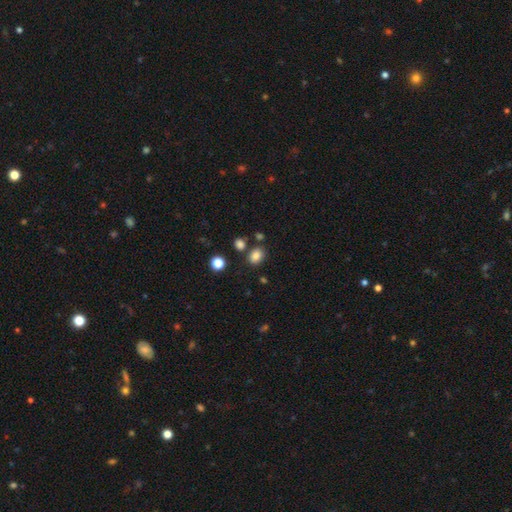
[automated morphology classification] smooth_or_featured: smooth (p=0.82) [alt: star or artifact p=0.12]
how_rounded: in between (p=0.56) [alt: round p=0.43]
merging: none (p=0.77) [alt: minor disturbance p=0.11]